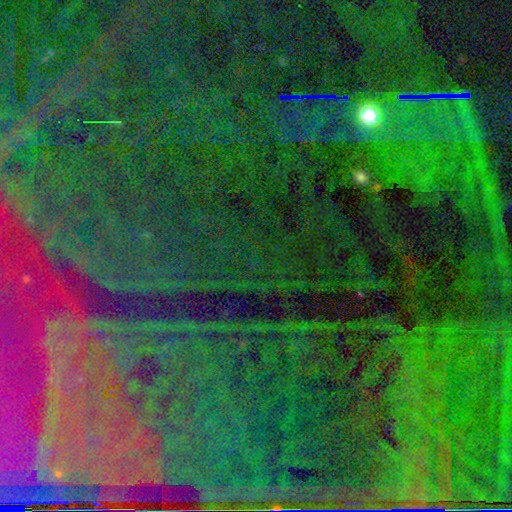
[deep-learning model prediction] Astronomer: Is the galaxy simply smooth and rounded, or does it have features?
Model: star or artifact — 83%.